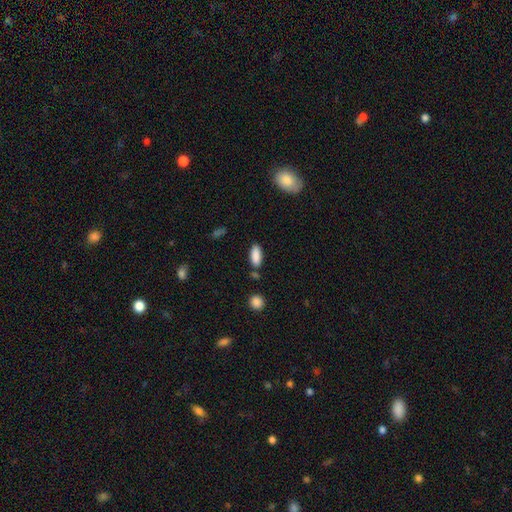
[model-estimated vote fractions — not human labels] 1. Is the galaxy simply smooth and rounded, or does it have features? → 88% smooth, 7% star or artifact, 5% featured or disk.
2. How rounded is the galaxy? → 79% in between, 19% cigar-shaped, 2% round.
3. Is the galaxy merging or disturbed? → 79% none, 12% minor disturbance, 6% merger, 3% major disturbance.